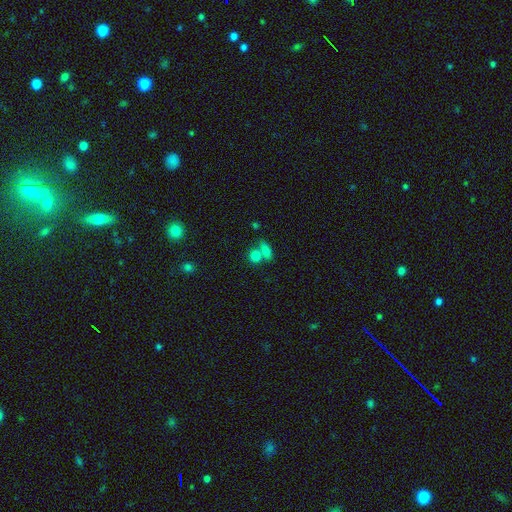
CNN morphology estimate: A smooth galaxy with no disk features (79%) that is round (52%). Merging: merger (45%).